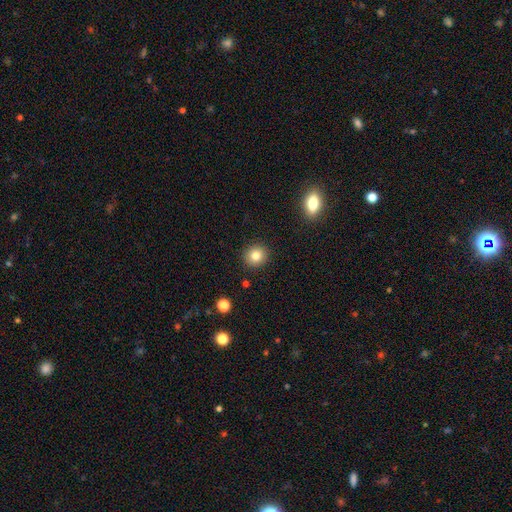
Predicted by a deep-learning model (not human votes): A smooth galaxy with no disk features (82%) that is round (86%). Merging: none (91%).